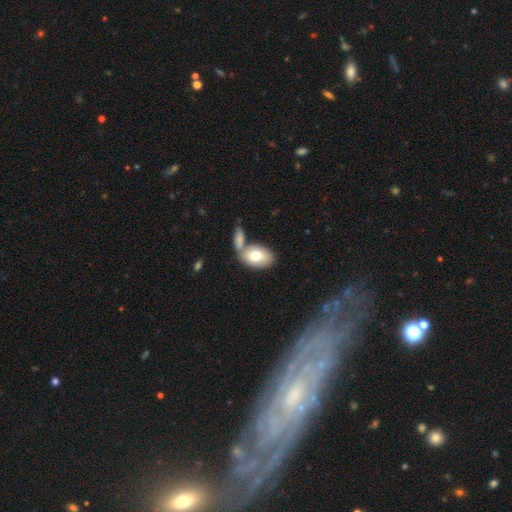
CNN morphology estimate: Smooth or featured? smooth (75%)
How rounded? in between (88%)
Merging? none (45%)